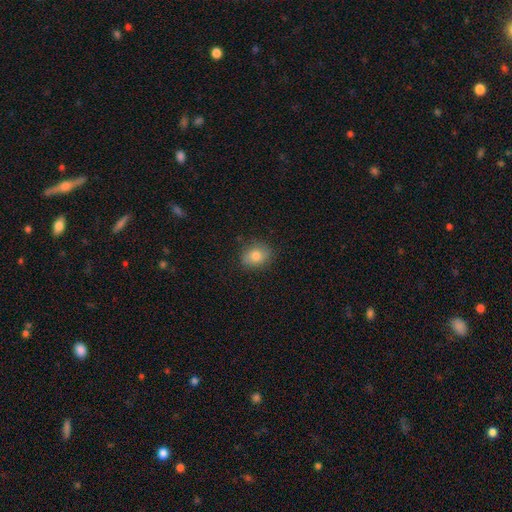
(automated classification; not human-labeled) This is likely a smooth galaxy (80%). How rounded: possibly in between (54%). Merging: clearly none (83%).